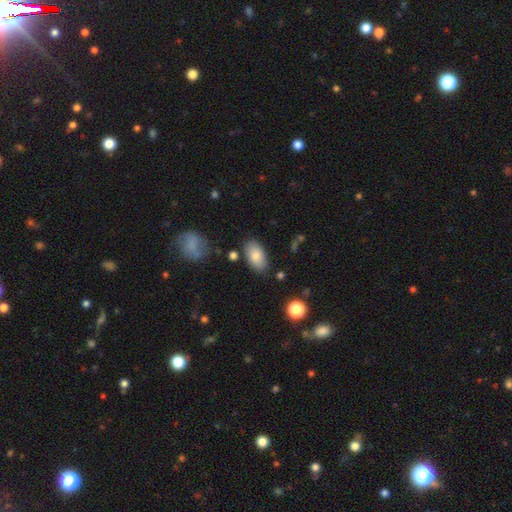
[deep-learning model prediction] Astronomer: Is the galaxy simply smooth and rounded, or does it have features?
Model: smooth — 81%.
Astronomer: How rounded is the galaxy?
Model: in between — 93%.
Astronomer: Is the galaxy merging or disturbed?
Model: none — 82%.